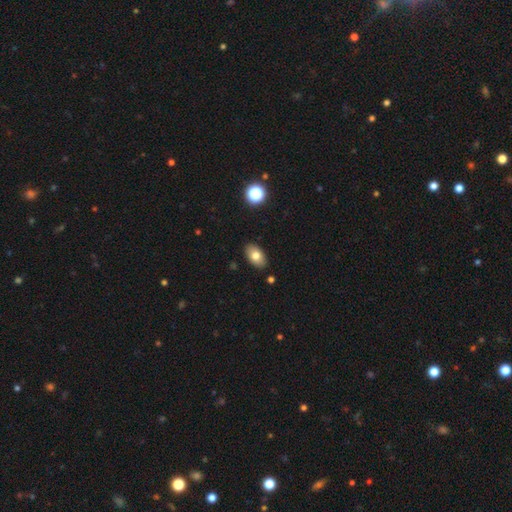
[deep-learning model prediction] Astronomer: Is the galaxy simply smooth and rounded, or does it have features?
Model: smooth — 78%.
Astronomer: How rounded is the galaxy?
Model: in between — 91%.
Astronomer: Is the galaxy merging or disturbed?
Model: none — 88%.